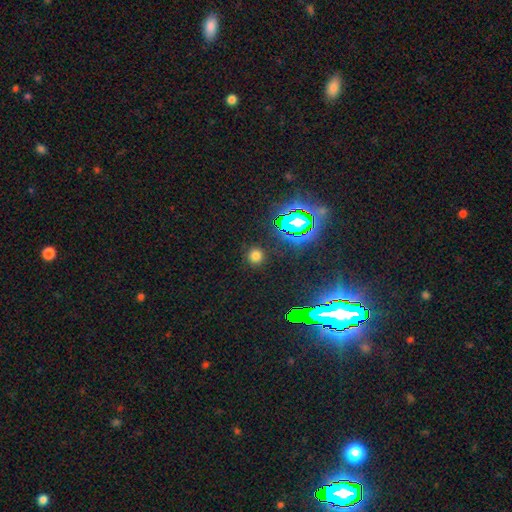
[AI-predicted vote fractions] smooth-or-featured: smooth: 70% | star or artifact: 25% | featured or disk: 6%
  how-rounded: round: 93% | in between: 6% | cigar-shaped: 1%
  merging: none: 89% | minor disturbance: 6% | major disturbance: 3% | merger: 2%